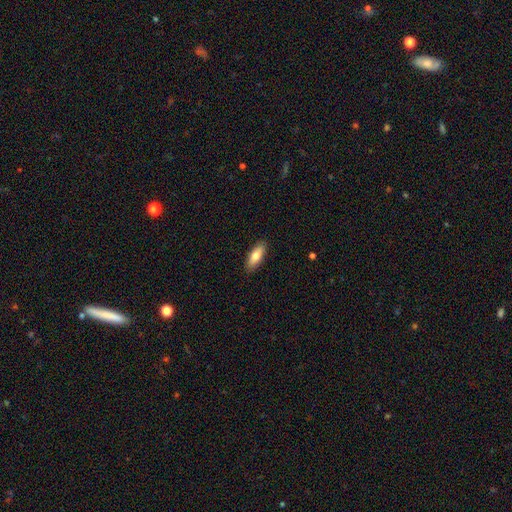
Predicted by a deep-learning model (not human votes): This appears to be a smooth galaxy with no disk features (76%) that is in between round and cigar-shaped (70%). Merging: none (89%).